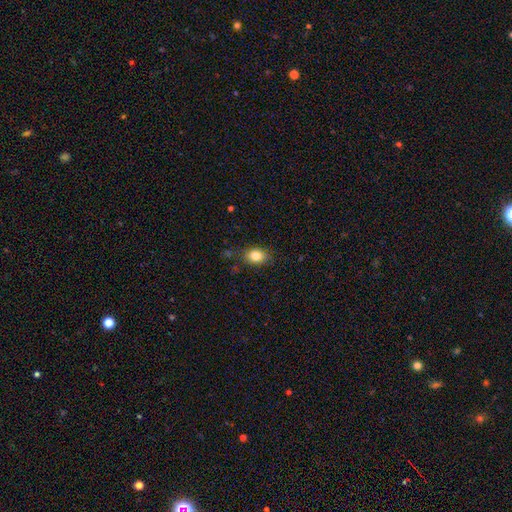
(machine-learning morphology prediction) The model was most divided on "how rounded": in between: 68%, round: 31%, cigar-shaped: 1%. More confident: smooth or featured — smooth (82%); merging — none (81%).